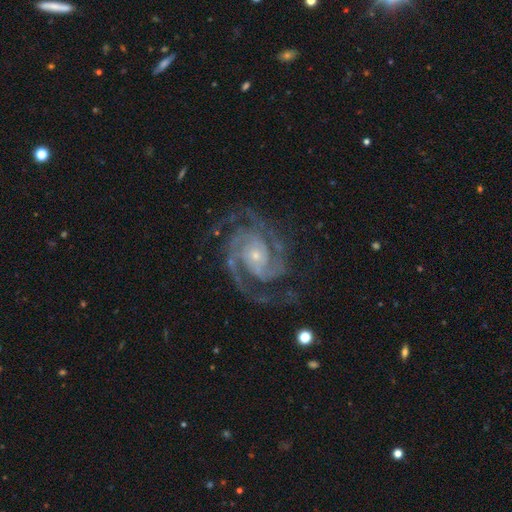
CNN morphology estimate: featured or disk 94%, star or artifact 4%, smooth 2%. Down the decision tree: edge-on disk — no (98%); bar — no (65%); spiral arms — yes (99%); spiral arm count — 2 (65%); spiral winding — tight (58%); bulge size — small (76%); merging — none (76%).